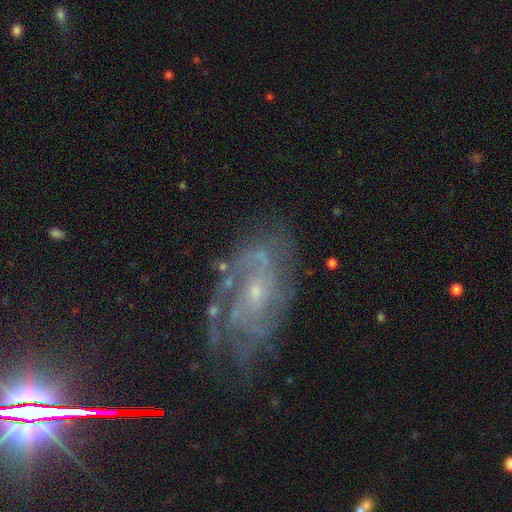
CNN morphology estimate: Smooth or featured?
  - featured or disk: 86% *
  - smooth: 7%
  - star or artifact: 7%
Edge-on disk?
  - no: 97% *
  - yes: 3%
Bar?
  - no: 64% *
  - weak: 30%
  - strong: 6%
Spiral arms?
  - yes: 94% *
  - no: 6%
Spiral winding?
  - tight: 48% *
  - medium: 40%
  - loose: 12%
Spiral arm count?
  - 2: 31% *
  - can't tell: 27%
  - 3: 20%
  - 4: 9%
  - 1: 6%
  - more than 4: 6%
Bulge size?
  - small: 73% *
  - moderate: 22%
  - none: 3%
  - large: 1%
  - dominant: 1%
Merging?
  - none: 62% *
  - minor disturbance: 21%
  - major disturbance: 14%
  - merger: 3%